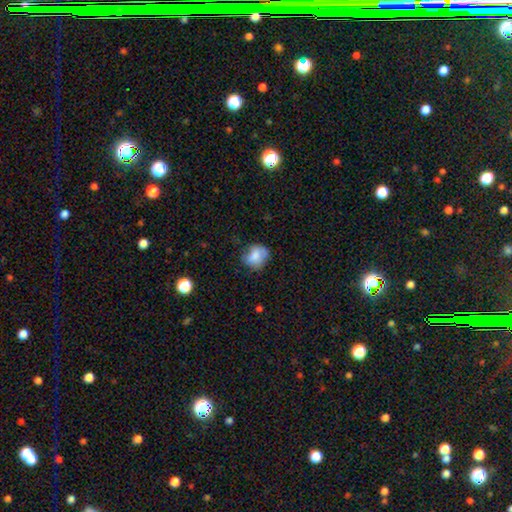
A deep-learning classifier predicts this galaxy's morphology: Smooth or featured?
  - smooth: 76% *
  - featured or disk: 15%
  - star or artifact: 9%
How rounded?
  - round: 64% *
  - in between: 35%
  - cigar-shaped: 1%
Merging?
  - none: 54% *
  - minor disturbance: 32%
  - major disturbance: 11%
  - merger: 3%